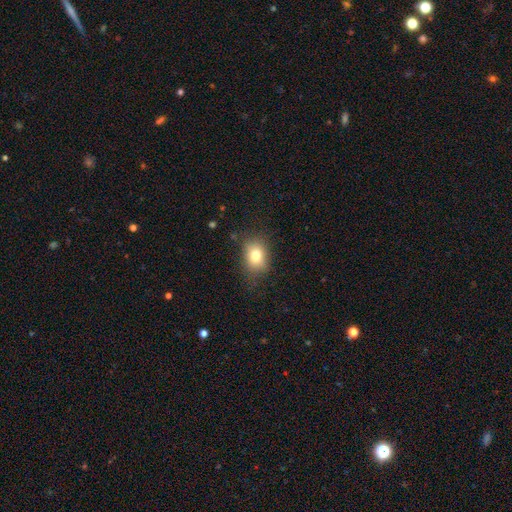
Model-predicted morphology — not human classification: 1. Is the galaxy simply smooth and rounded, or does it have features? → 77% smooth, 11% featured or disk, 11% star or artifact.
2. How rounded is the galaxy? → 59% in between, 40% round, 1% cigar-shaped.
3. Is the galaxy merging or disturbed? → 78% none, 16% minor disturbance, 5% major disturbance, 1% merger.